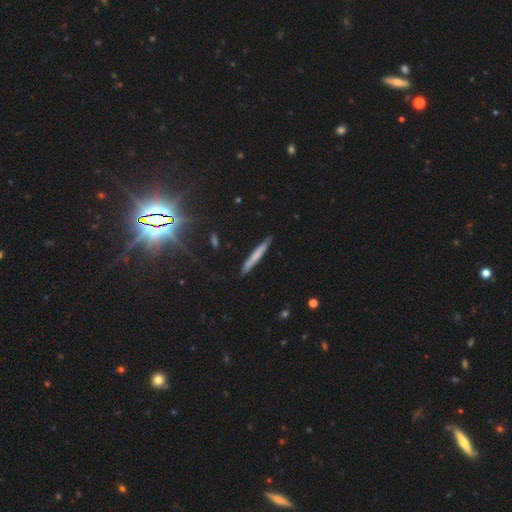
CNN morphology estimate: A smooth galaxy with no disk features (60%) that is cigar-shaped (96%). Merging: none (89%).